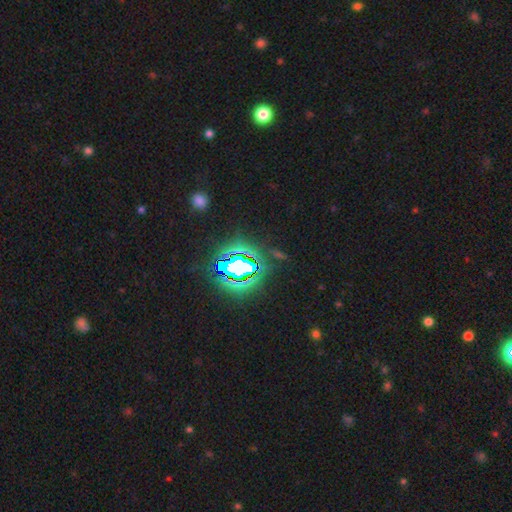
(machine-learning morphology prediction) Smooth or featured: star or artifact — 84% (smooth — 10%)